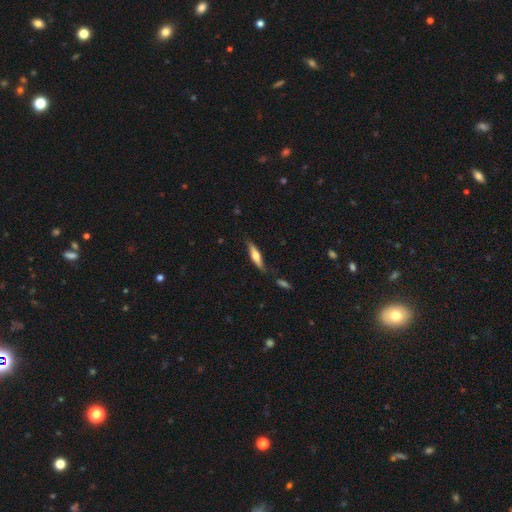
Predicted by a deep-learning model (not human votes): This appears to be a smooth galaxy with no disk features (50%) that is cigar-shaped (78%). Merging: none (76%).